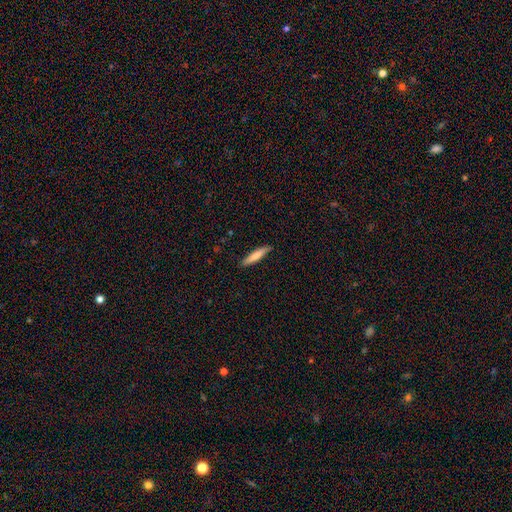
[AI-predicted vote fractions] Q: Smooth or featured?
A: smooth (74%); runner-up: featured or disk (21%)
Q: How rounded?
A: cigar-shaped (90%); runner-up: in between (9%)
Q: Merging?
A: none (87%); runner-up: minor disturbance (10%)